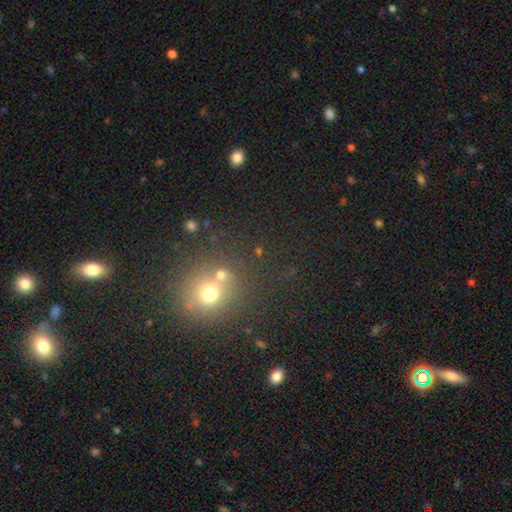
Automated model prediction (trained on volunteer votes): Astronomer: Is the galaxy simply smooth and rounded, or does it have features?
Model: smooth — 48% (runner-up: star or artifact, 42%).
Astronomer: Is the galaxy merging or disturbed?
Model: none — 66%.